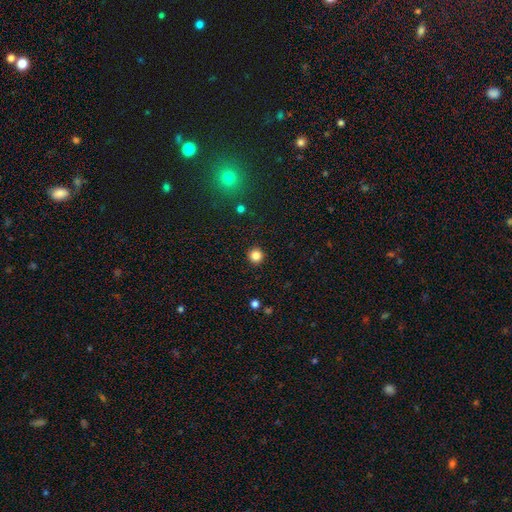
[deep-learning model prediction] This appears to be a smooth galaxy with no disk features (85%) that is round (95%). Merging: none (93%).